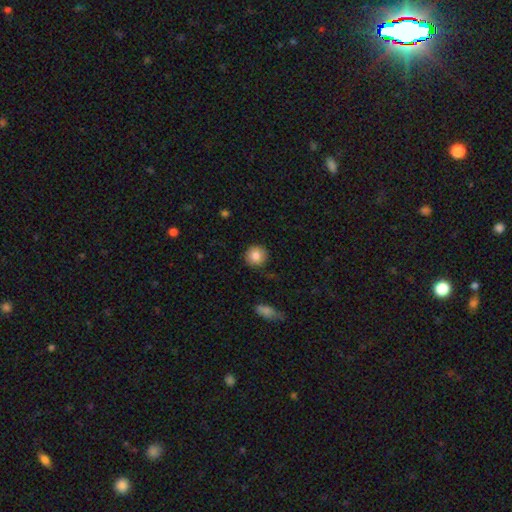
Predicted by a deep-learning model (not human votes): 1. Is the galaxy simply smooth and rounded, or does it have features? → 85% smooth, 8% star or artifact, 7% featured or disk.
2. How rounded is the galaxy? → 94% round, 5% in between, 1% cigar-shaped.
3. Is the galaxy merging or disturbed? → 89% none, 8% minor disturbance, 2% major disturbance, 1% merger.